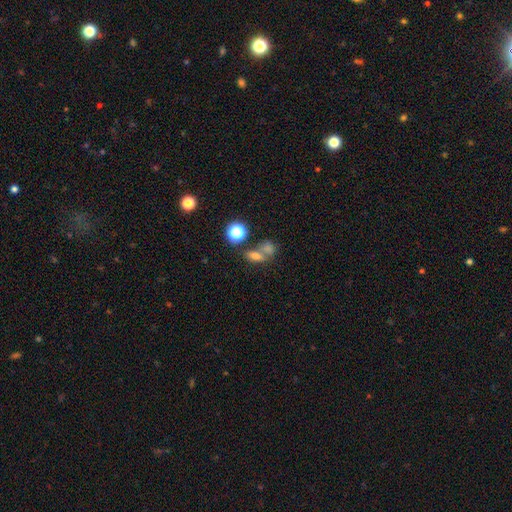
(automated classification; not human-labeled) This appears to be a smooth galaxy with no disk features (68%) that is in between round and cigar-shaped (68%). Merging: merger (45%).